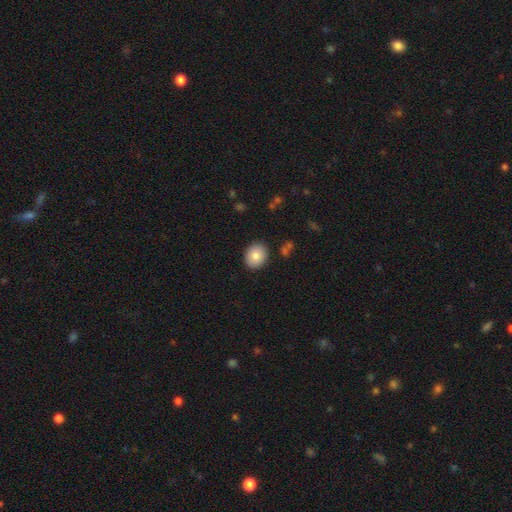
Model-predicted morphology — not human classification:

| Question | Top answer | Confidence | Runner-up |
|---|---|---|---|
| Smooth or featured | smooth | 84% | featured or disk (8%) |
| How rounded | round | 62% | in between (37%) |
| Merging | none | 89% | minor disturbance (8%) |